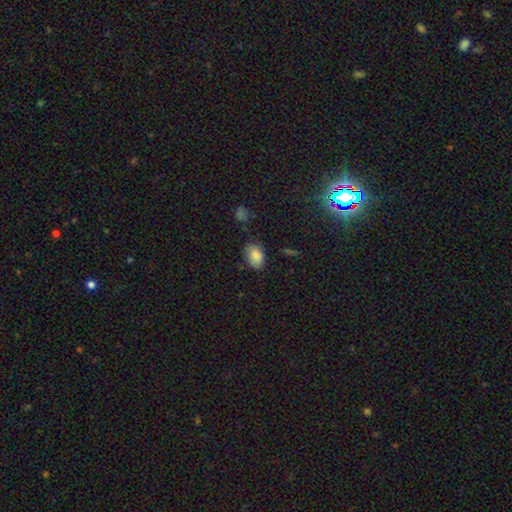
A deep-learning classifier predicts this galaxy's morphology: Smooth or featured? Predicted: smooth (p=0.85). How rounded? Predicted: in between (p=0.82). Merging? Predicted: none (p=0.71).